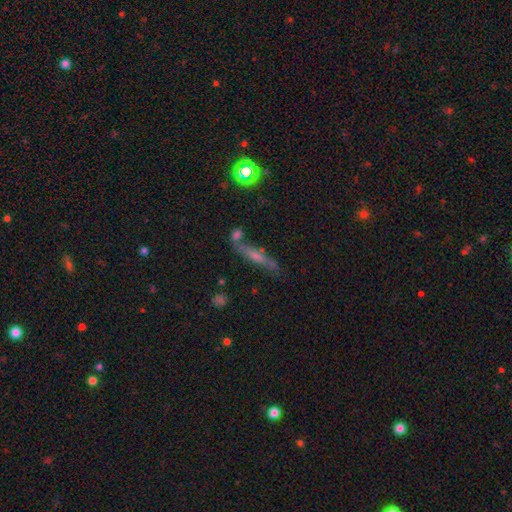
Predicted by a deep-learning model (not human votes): smooth-or-featured: featured or disk: 49% | smooth: 34% | star or artifact: 16%
  merging: none: 67% | minor disturbance: 16% | merger: 11% | major disturbance: 6%